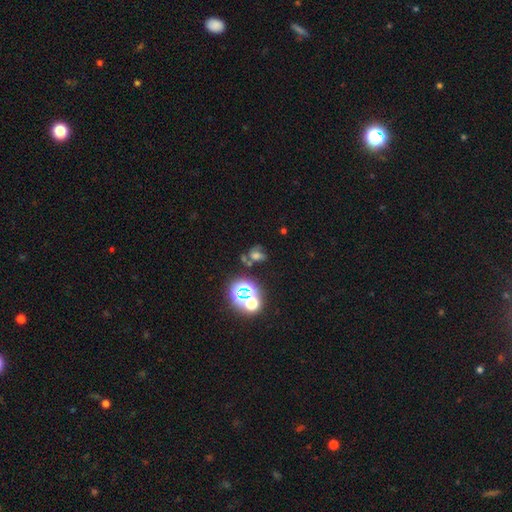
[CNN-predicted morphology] The model was most divided on "smooth or featured": smooth: 36%, featured or disk: 33%, star or artifact: 31%. Remaining: merging — none (48%).